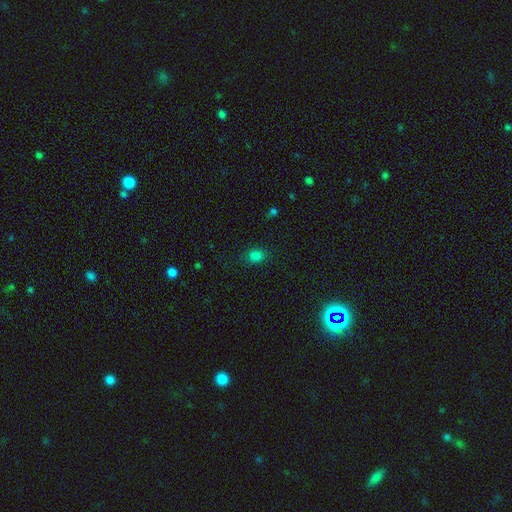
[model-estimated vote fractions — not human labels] The model was most divided on "how rounded": in between: 57%, round: 42%, cigar-shaped: 1%. More confident: merging — none (84%); smooth or featured — smooth (81%).